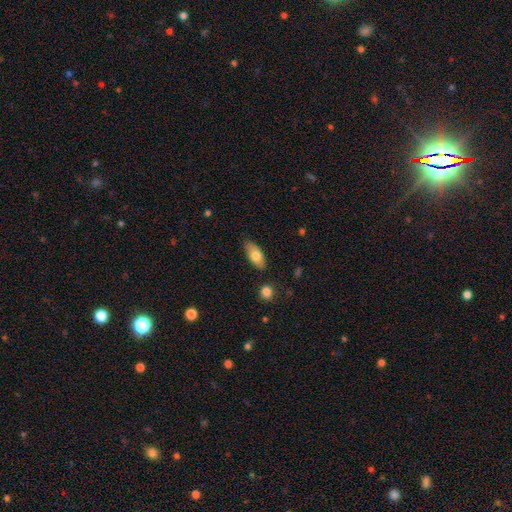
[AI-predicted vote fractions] Overall: smooth (75%). How rounded: in between (85%). Merging: none (80%).